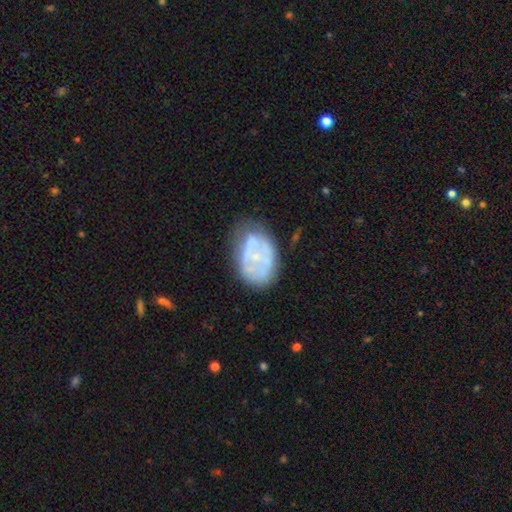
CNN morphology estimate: featured or disk 55%, smooth 37%, star or artifact 8%. Down the decision tree: edge-on disk — no (96%); bar — no (75%); spiral arms — no (67%); bulge size — small (61%); merging — none (54%).